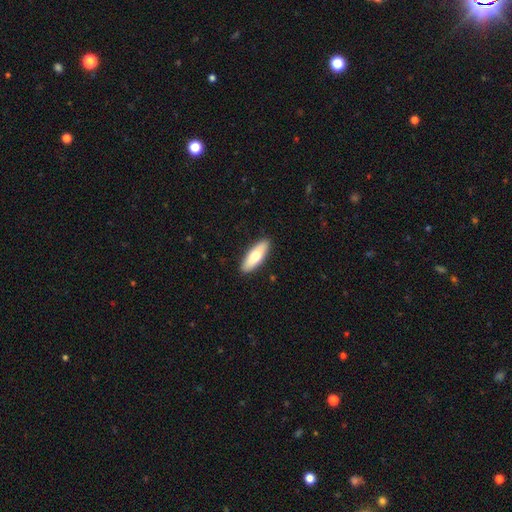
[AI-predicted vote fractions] A smooth galaxy with no disk features (71%) that is in between round and cigar-shaped (56%). Merging: none (90%).